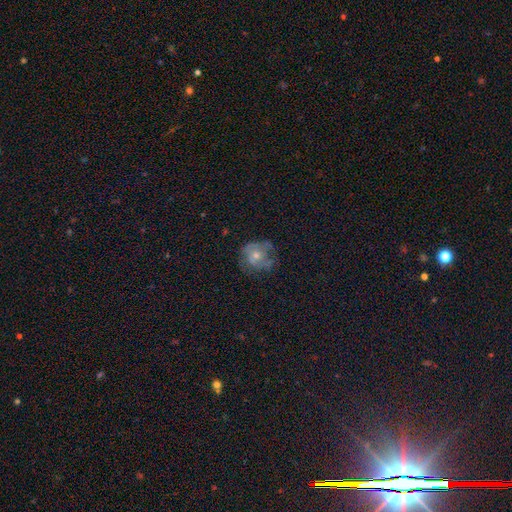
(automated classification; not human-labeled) Smooth or featured? featured or disk (52%)
Edge-on disk? no (97%)
Bar? no (84%)
Spiral arms? no (52%)
Bulge size? moderate (50%)
Merging? none (51%)